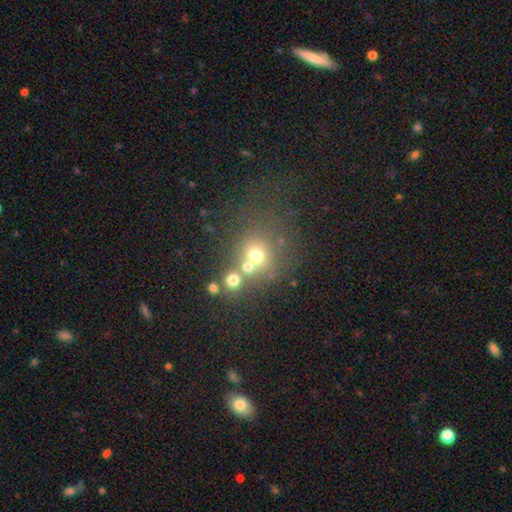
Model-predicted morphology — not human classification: smooth 62%, star or artifact 21%, featured or disk 17%. Down the decision tree: how rounded — round (82%); merging — none (47%).